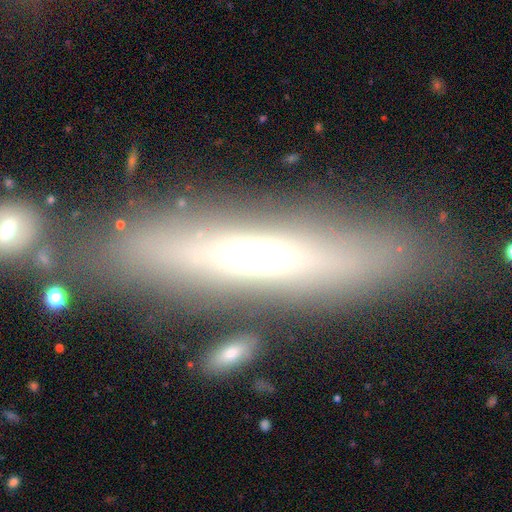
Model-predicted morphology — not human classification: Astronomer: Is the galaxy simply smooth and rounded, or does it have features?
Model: smooth — 45% (runner-up: featured or disk, 42%).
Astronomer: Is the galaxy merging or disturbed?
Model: none — 75%.